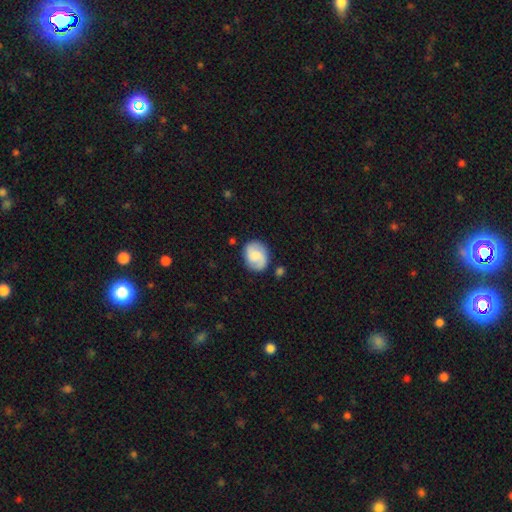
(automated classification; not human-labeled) This is possibly a featured or disk galaxy (47%). Merging: likely none (78%).